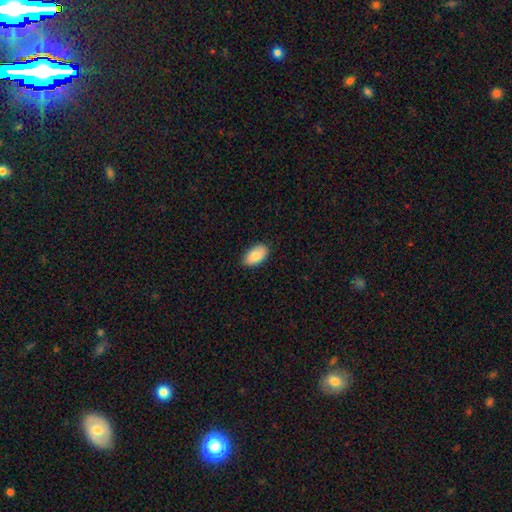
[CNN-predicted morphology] A smooth galaxy with no disk features (86%) that is in between round and cigar-shaped (95%).

Vote fractions:
- Smooth or featured? smooth: 86% / featured or disk: 8% / star or artifact: 6%
- How rounded? in between: 95% / round: 3% / cigar-shaped: 2%
- Merging? none: 85% / minor disturbance: 12% / major disturbance: 2% / merger: 1%